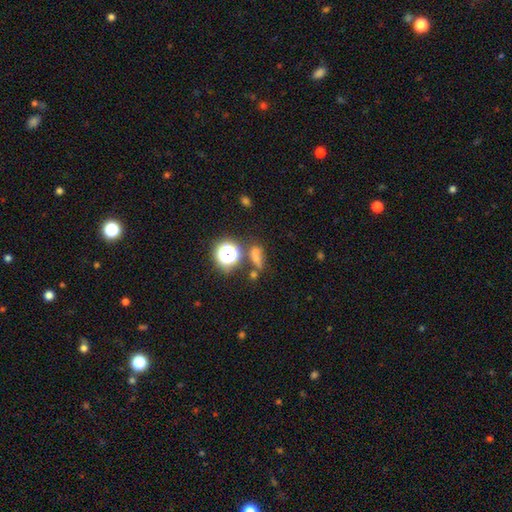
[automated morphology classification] This appears to be a smooth galaxy with no disk features (52%) that is round (48%). Merging: none (44%).